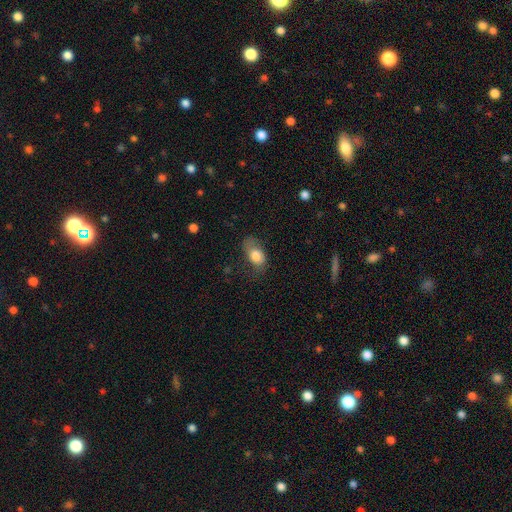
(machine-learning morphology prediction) smooth_or_featured: smooth (p=0.76) [alt: featured or disk p=0.16]
how_rounded: in between (p=0.87) [alt: round p=0.11]
merging: none (p=0.50) [alt: minor disturbance p=0.29]